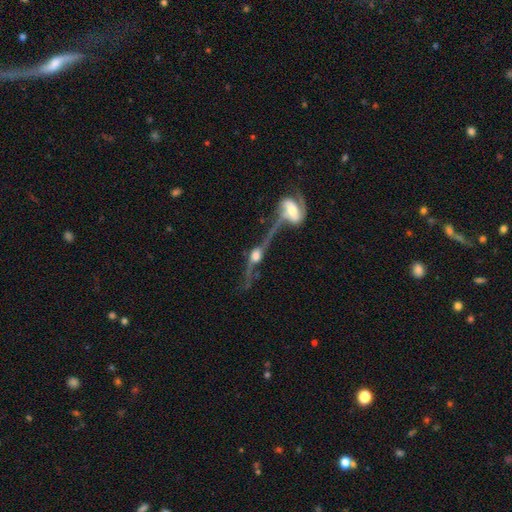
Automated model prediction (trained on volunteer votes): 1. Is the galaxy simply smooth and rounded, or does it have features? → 80% featured or disk, 12% smooth, 8% star or artifact.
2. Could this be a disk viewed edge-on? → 61% yes, 39% no.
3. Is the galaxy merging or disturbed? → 50% merger, 28% none, 13% major disturbance, 10% minor disturbance.